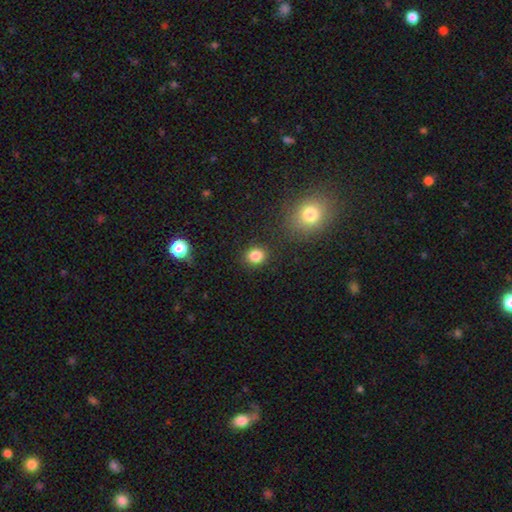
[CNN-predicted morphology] smooth 84%, star or artifact 12%, featured or disk 4%. Down the decision tree: how rounded — round (77%); merging — none (87%).